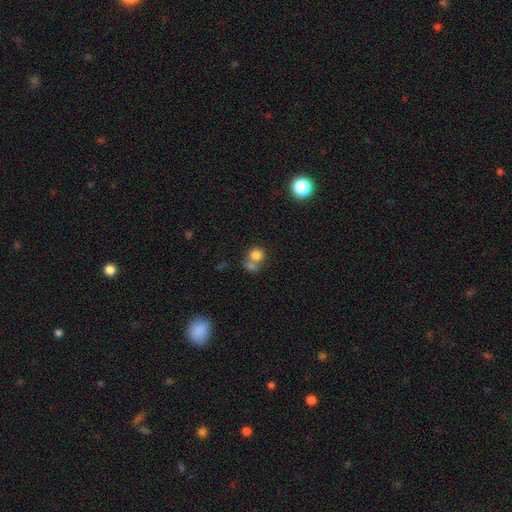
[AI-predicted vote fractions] A smooth galaxy with no disk features (81%) that is round (83%).

Vote fractions:
- Smooth or featured? smooth: 81% / star or artifact: 11% / featured or disk: 9%
- How rounded? round: 83% / in between: 16% / cigar-shaped: 1%
- Merging? merger: 45% / none: 42% / minor disturbance: 8% / major disturbance: 5%